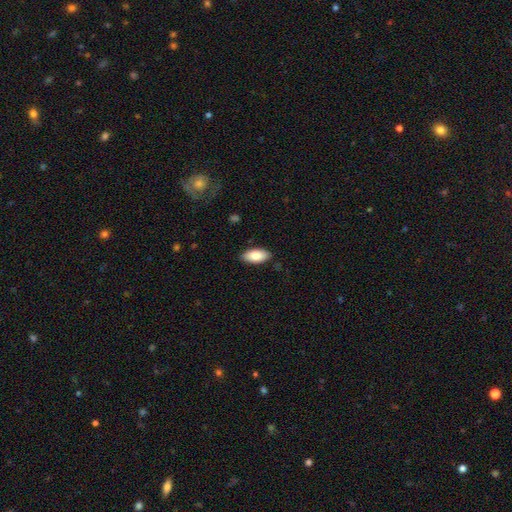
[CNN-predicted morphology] This appears to be a smooth galaxy with no disk features (85%) that is in between round and cigar-shaped (92%). Merging: none (86%).